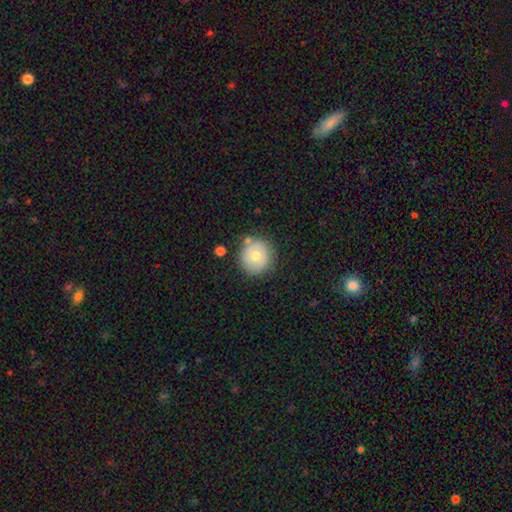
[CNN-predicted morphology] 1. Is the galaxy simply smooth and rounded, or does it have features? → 69% smooth, 22% featured or disk, 9% star or artifact.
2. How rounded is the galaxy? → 91% round, 8% in between, 1% cigar-shaped.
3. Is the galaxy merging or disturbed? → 79% none, 12% minor disturbance, 5% merger, 3% major disturbance.